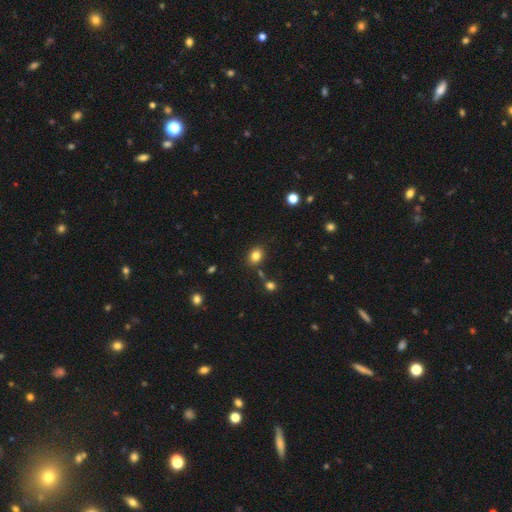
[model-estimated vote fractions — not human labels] This appears to be a smooth galaxy with no disk features (82%) that is in between round and cigar-shaped (59%). Merging: none (82%).